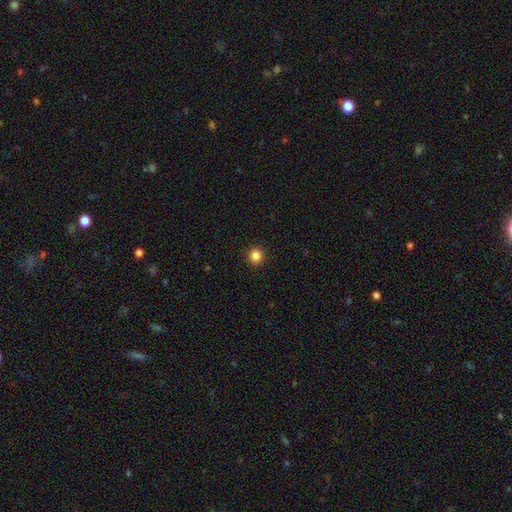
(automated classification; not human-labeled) The model was most divided on "smooth or featured": smooth: 85%, star or artifact: 11%, featured or disk: 4%. More confident: merging — none (92%); how rounded — round (88%).